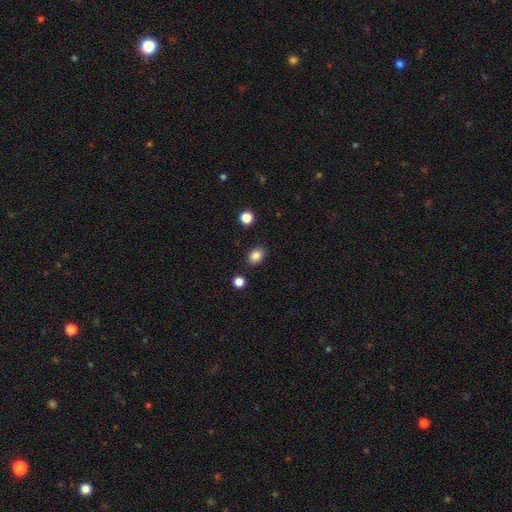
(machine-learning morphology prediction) Smooth or featured? Predicted: smooth (p=0.85). How rounded? Predicted: in between (p=0.63). Merging? Predicted: none (p=0.86).